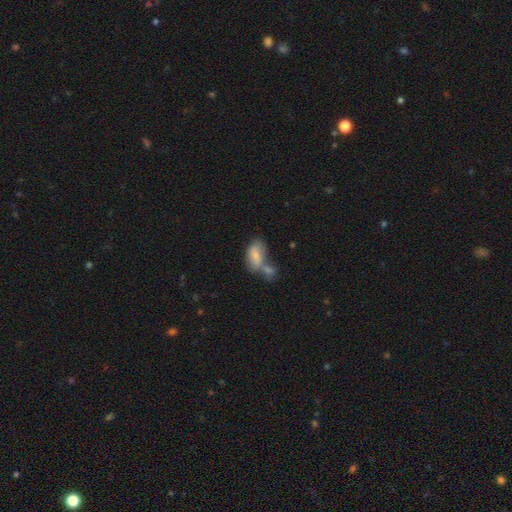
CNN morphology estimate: smooth-or-featured: smooth: 70% | featured or disk: 22% | star or artifact: 8%
  how-rounded: in between: 91% | round: 6% | cigar-shaped: 3%
  merging: merger: 52% | none: 25% | minor disturbance: 15% | major disturbance: 9%